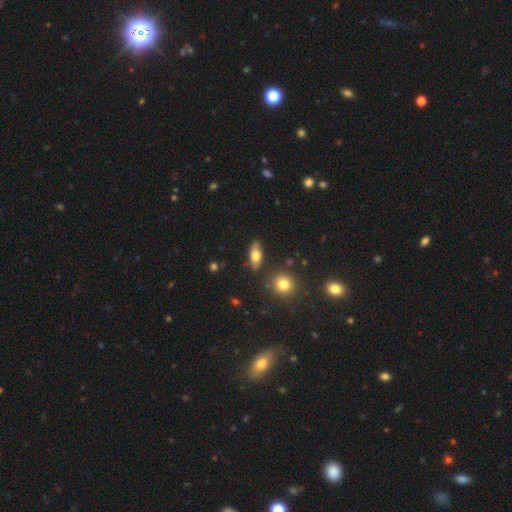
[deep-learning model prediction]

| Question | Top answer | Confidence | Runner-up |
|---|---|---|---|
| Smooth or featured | smooth | 69% | featured or disk (23%) |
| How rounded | in between | 78% | cigar-shaped (17%) |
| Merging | none | 83% | minor disturbance (11%) |